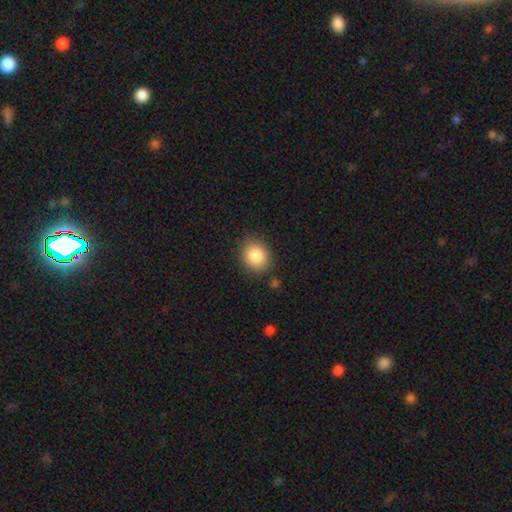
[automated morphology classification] Smooth or featured?
  - smooth: 86% *
  - star or artifact: 9%
  - featured or disk: 5%
How rounded?
  - round: 66% *
  - in between: 33%
  - cigar-shaped: 1%
Merging?
  - none: 84% *
  - minor disturbance: 10%
  - major disturbance: 3%
  - merger: 2%